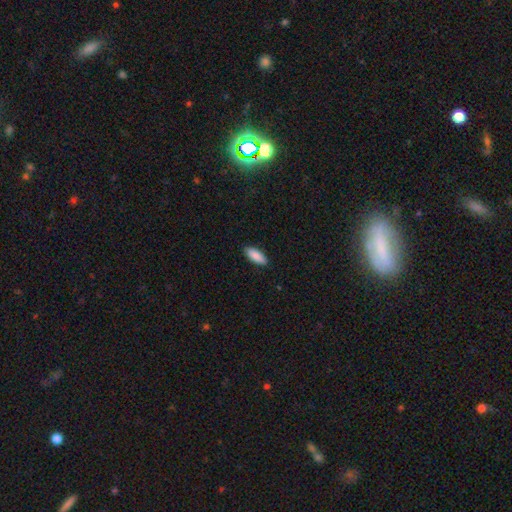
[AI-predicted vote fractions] smooth_or_featured: smooth (p=0.89) [alt: star or artifact p=0.06]
how_rounded: in between (p=0.78) [alt: cigar-shaped p=0.20]
merging: none (p=0.89) [alt: minor disturbance p=0.08]